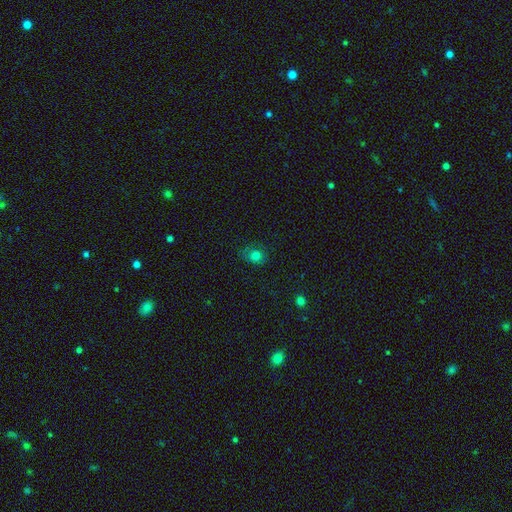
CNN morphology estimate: type=smooth (77%); roundness=round (61%); merging=none (66%).